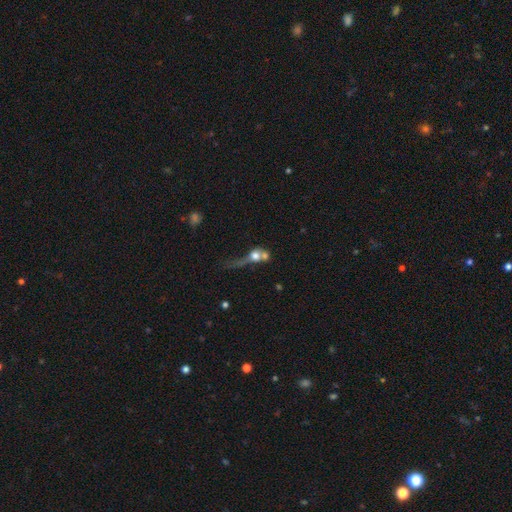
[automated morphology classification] This appears to be a smooth galaxy with no disk features (57%) that is round (63%). Merging: merger (50%).